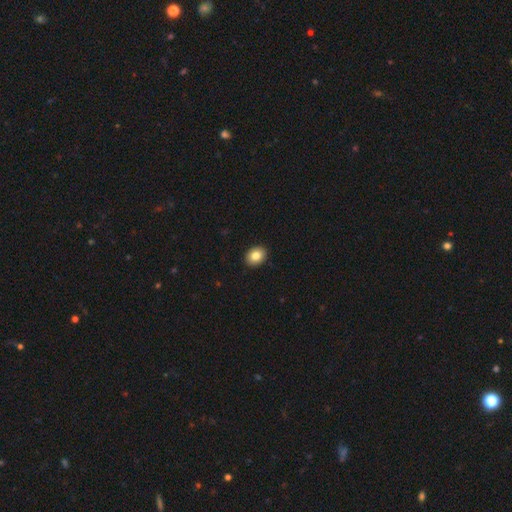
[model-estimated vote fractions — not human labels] Morphology: type=smooth (83%); roundness=in between (55%); merging=none (92%).